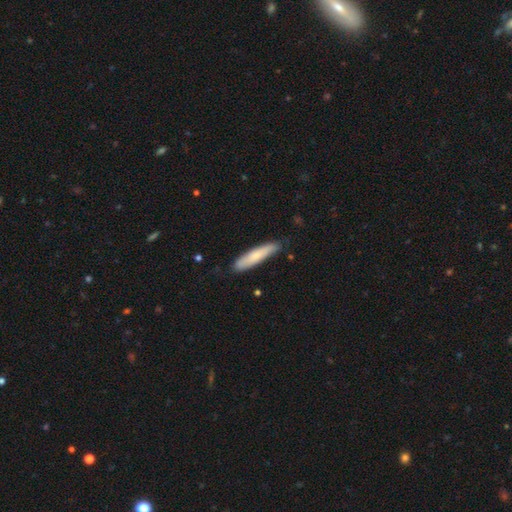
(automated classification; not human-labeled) A smooth galaxy with no disk features (73%) that is cigar-shaped (85%).

Vote fractions:
- Smooth or featured? smooth: 73% / featured or disk: 22% / star or artifact: 5%
- How rounded? cigar-shaped: 85% / in between: 13% / round: 1%
- Merging? none: 82% / minor disturbance: 14% / major disturbance: 2% / merger: 1%